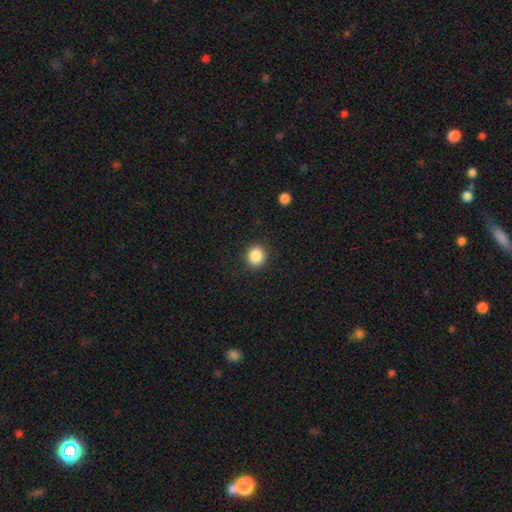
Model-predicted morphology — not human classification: type=smooth (87%); roundness=round (84%); merging=none (91%).